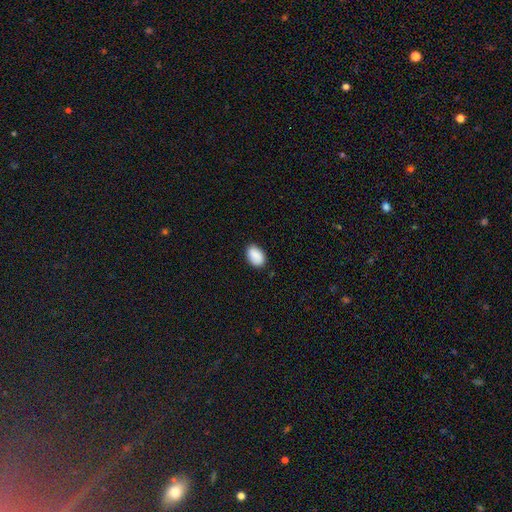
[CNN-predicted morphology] A smooth galaxy with no disk features (89%) that is in between round and cigar-shaped (90%).

Vote fractions:
- Smooth or featured? smooth: 89% / star or artifact: 7% / featured or disk: 4%
- How rounded? in between: 90% / round: 9% / cigar-shaped: 1%
- Merging? none: 86% / minor disturbance: 11% / major disturbance: 2% / merger: 1%